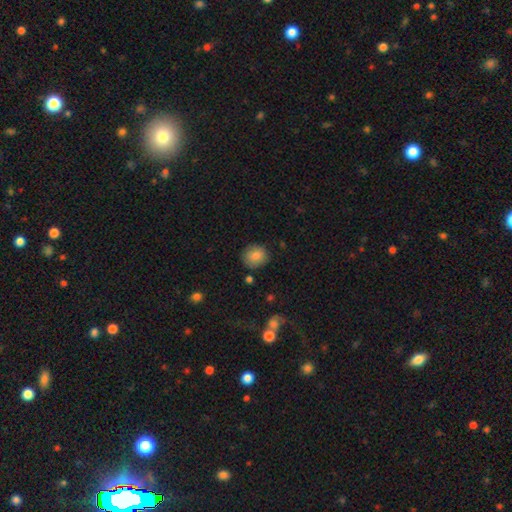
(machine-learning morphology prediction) The model was most divided on "how rounded": round: 81%, in between: 18%, cigar-shaped: 1%. More confident: merging — none (84%); smooth or featured — smooth (83%).